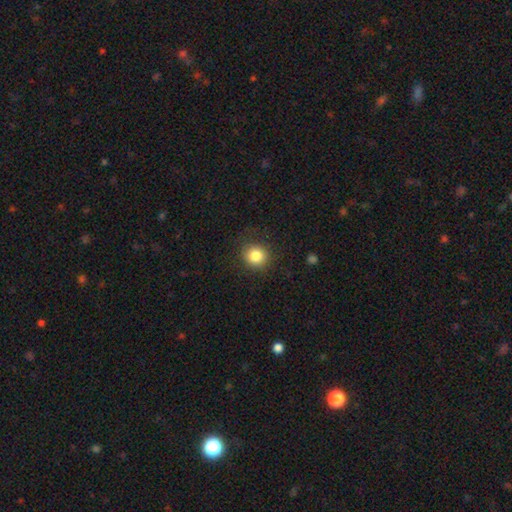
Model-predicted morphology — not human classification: A smooth galaxy with no disk features (84%) that is round (90%). Merging: none (87%).